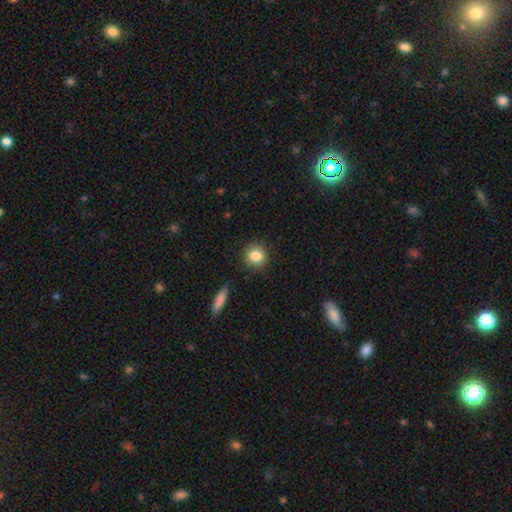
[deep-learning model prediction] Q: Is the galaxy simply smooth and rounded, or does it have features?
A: smooth — 83%.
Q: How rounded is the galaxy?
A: round — 85%.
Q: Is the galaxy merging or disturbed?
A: none — 89%.